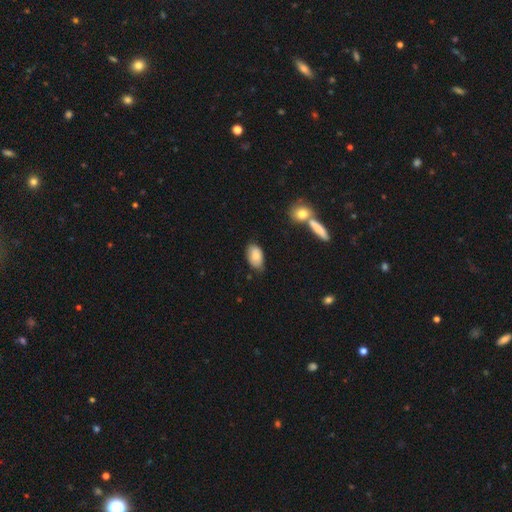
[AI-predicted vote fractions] Q: Smooth or featured?
A: smooth (79%); runner-up: featured or disk (14%)
Q: How rounded?
A: in between (92%); runner-up: round (6%)
Q: Merging?
A: none (69%); runner-up: minor disturbance (24%)